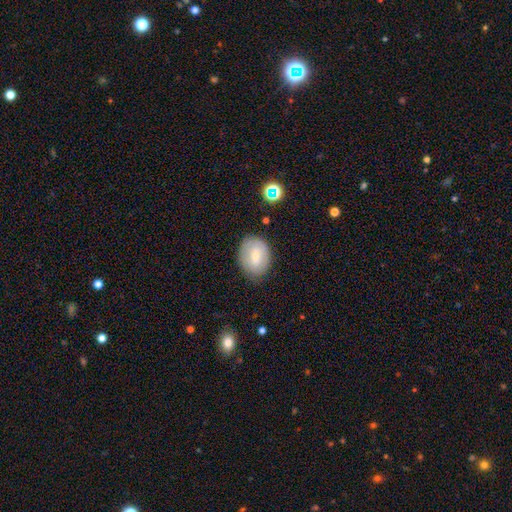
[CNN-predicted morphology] Smooth or featured: smooth — 62% (featured or disk — 30%)
How rounded: in between — 63% (round — 36%)
Merging: none — 77% (minor disturbance — 17%)